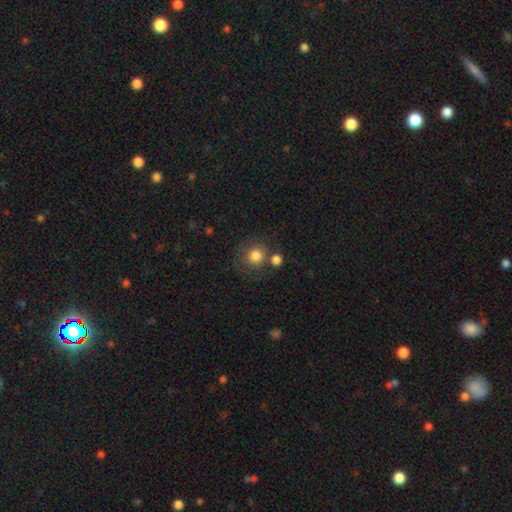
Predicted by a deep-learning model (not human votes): A smooth galaxy with no disk features (81%) that is round (90%).

Vote fractions:
- Smooth or featured? smooth: 81% / star or artifact: 10% / featured or disk: 9%
- How rounded? round: 90% / in between: 9% / cigar-shaped: 1%
- Merging? none: 66% / merger: 16% / minor disturbance: 12% / major disturbance: 6%